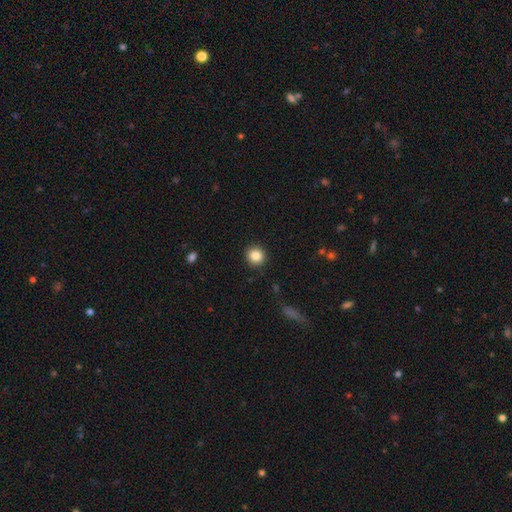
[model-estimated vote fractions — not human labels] smooth-or-featured: smooth: 85% | star or artifact: 10% | featured or disk: 5%
  how-rounded: round: 92% | in between: 7% | cigar-shaped: 1%
  merging: none: 91% | minor disturbance: 6% | major disturbance: 2% | merger: 1%